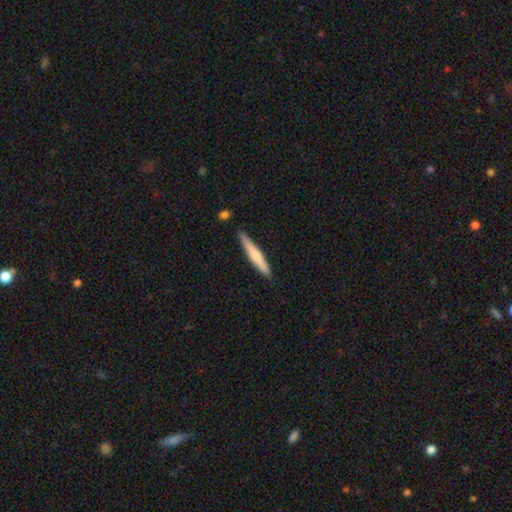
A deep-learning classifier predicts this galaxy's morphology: A smooth galaxy with no disk features (62%) that is cigar-shaped (94%).

Vote fractions:
- Smooth or featured? smooth: 62% / featured or disk: 33% / star or artifact: 5%
- How rounded? cigar-shaped: 94% / in between: 5% / round: 1%
- Merging? none: 86% / minor disturbance: 10% / merger: 2% / major disturbance: 2%